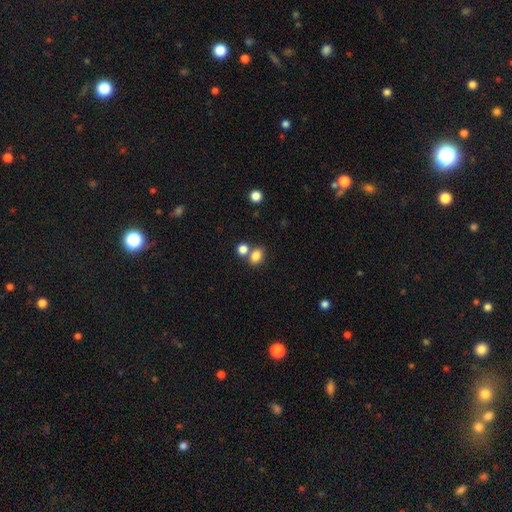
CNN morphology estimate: Smooth or featured: smooth — 82% (star or artifact — 11%)
How rounded: in between — 60% (round — 39%)
Merging: none — 57% (merger — 30%)